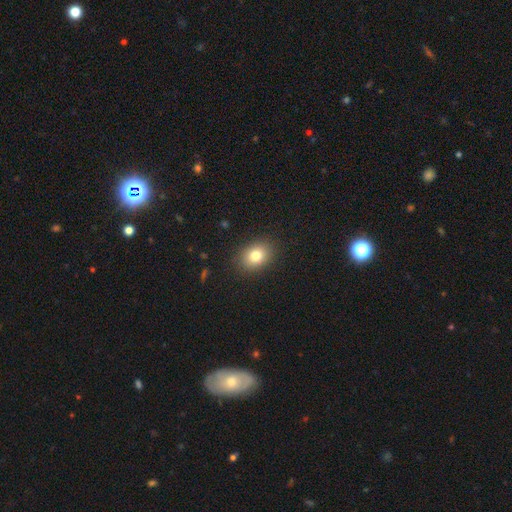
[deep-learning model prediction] Smooth or featured?
  - smooth: 80% *
  - star or artifact: 10%
  - featured or disk: 9%
How rounded?
  - in between: 64% *
  - round: 35%
  - cigar-shaped: 1%
Merging?
  - none: 88% *
  - minor disturbance: 9%
  - major disturbance: 3%
  - merger: 1%